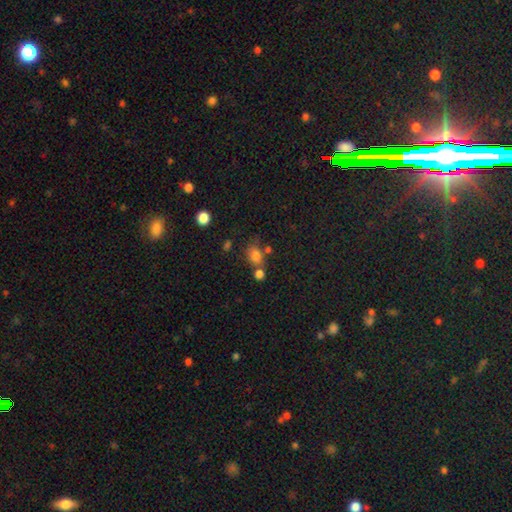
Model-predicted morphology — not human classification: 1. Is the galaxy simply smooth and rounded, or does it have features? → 78% smooth, 14% star or artifact, 8% featured or disk.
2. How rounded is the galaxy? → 57% in between, 42% round, 1% cigar-shaped.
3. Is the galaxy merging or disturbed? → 53% none, 26% merger, 15% minor disturbance, 6% major disturbance.